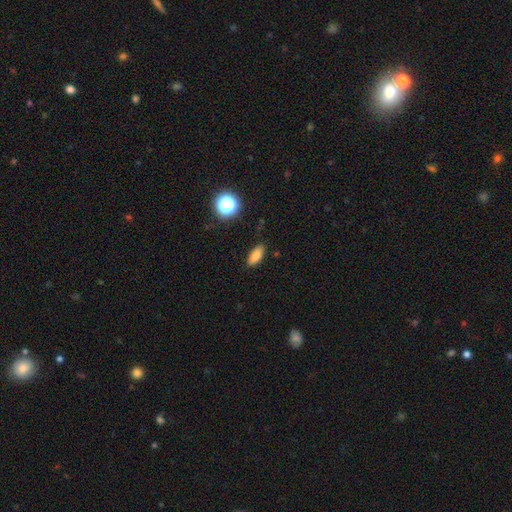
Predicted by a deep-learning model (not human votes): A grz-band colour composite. It shows a smooth galaxy with no disk features (82%) that is in between round and cigar-shaped (83%). Merging: none (84%).